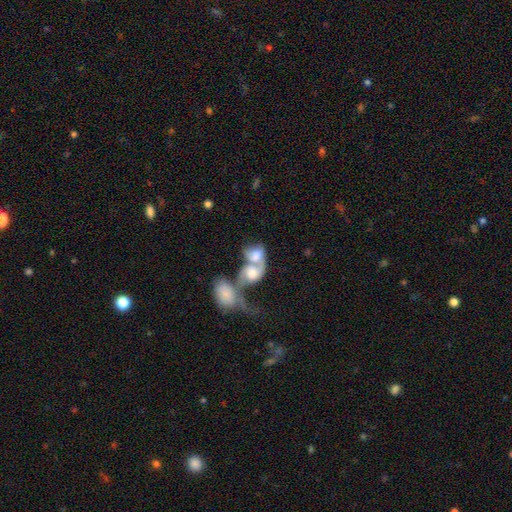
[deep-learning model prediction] The model was most divided on "bulge size": moderate: 44%, large: 25%, small: 17%, none: 9%, dominant: 5%. More confident: edge-on disk — no (96%); merging — merger (79%); spiral arms — yes (74%); bar — no (71%); smooth or featured — featured or disk (55%).